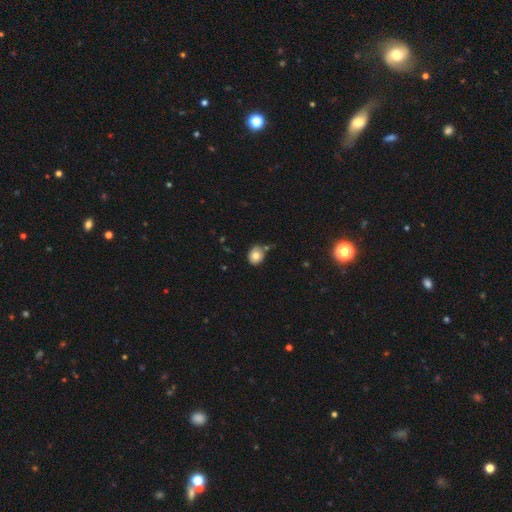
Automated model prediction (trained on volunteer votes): This appears to be a smooth galaxy with no disk features (78%) that is round (63%). Merging: none (67%).